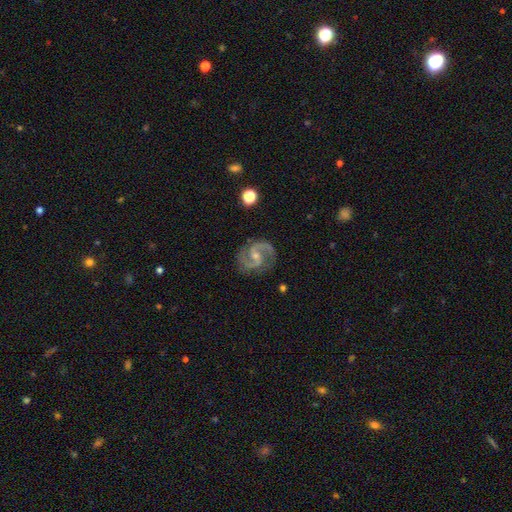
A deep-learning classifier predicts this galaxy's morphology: smooth_or_featured: featured or disk (p=0.92) [alt: star or artifact p=0.05]
disk_edge_on: no (p=0.98) [alt: yes p=0.02]
bar: weak (p=0.48) [alt: no p=0.34]
has_spiral_arms: yes (p=0.98) [alt: no p=0.02]
spiral_winding: medium (p=0.63) [alt: tight p=0.23]
spiral_arm_count: 2 (p=0.94) [alt: 3 p=0.02]
bulge_size: small (p=0.59) [alt: moderate p=0.36]
merging: none (p=0.84) [alt: minor disturbance p=0.11]